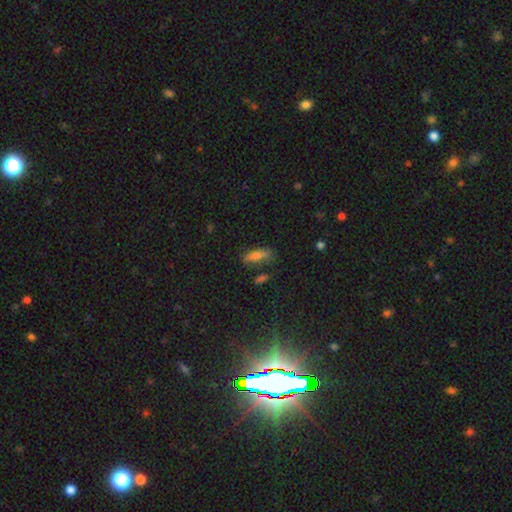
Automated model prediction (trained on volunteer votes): The model was most divided on "how rounded": in between: 52%, cigar-shaped: 44%, round: 4%. More confident: smooth or featured — smooth (69%); merging — none (62%).